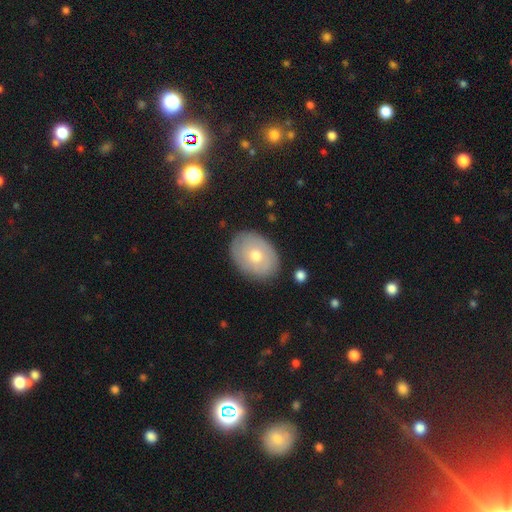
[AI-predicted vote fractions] Smooth or featured? smooth (50%)
How rounded? in between (72%)
Merging? none (84%)